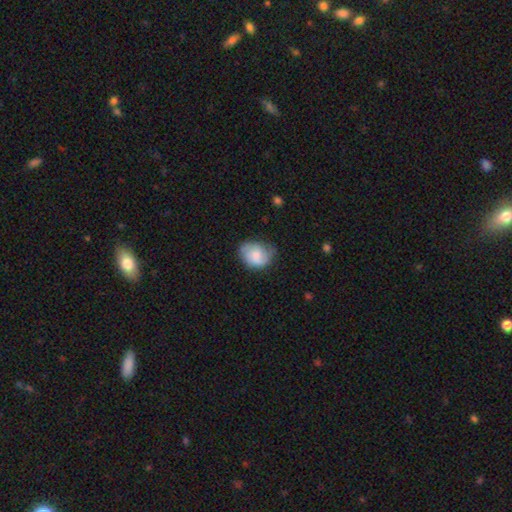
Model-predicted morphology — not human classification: Q: Smooth or featured?
A: smooth (55%); runner-up: featured or disk (37%)
Q: How rounded?
A: in between (50%); runner-up: round (49%)
Q: Merging?
A: none (61%); runner-up: minor disturbance (29%)